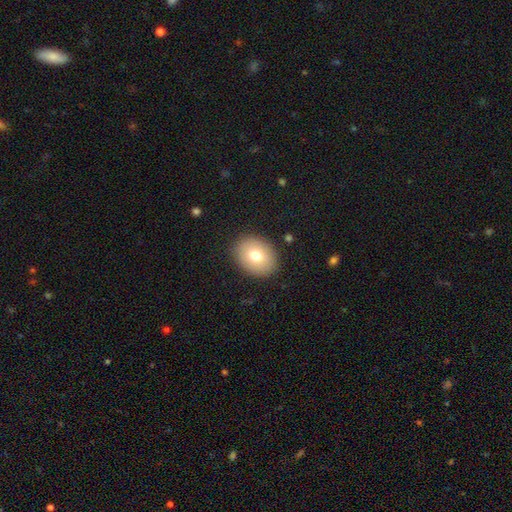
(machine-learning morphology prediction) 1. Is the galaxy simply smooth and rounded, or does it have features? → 77% smooth, 15% featured or disk, 9% star or artifact.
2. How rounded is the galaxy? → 57% in between, 42% round, 1% cigar-shaped.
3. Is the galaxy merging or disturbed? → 88% none, 8% minor disturbance, 2% major disturbance, 1% merger.